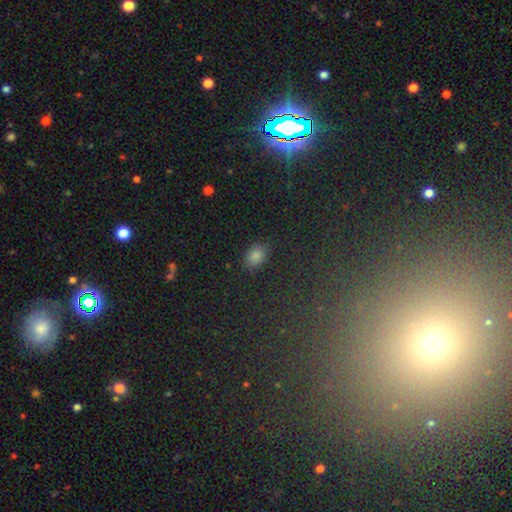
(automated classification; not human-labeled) Q: Smooth or featured?
A: smooth (78%); runner-up: star or artifact (16%)
Q: How rounded?
A: in between (81%); runner-up: round (18%)
Q: Merging?
A: none (87%); runner-up: minor disturbance (9%)